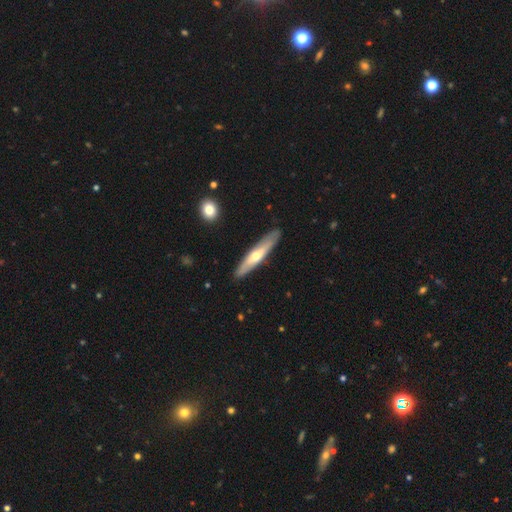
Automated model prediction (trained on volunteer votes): Smooth or featured? featured or disk (52%)
Edge-on disk? yes (81%)
Merging? none (88%)